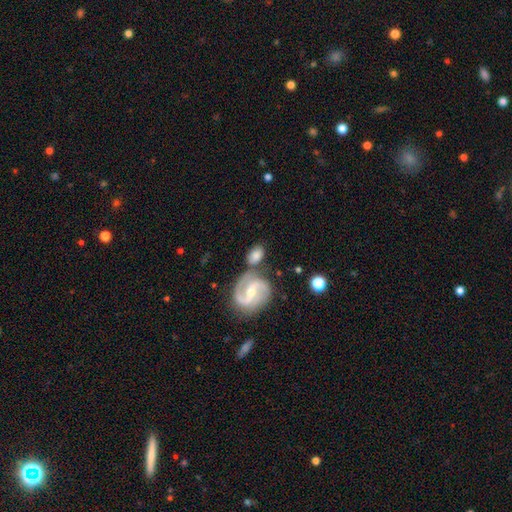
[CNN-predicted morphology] Smooth or featured? featured or disk (48%)
Merging? none (58%)